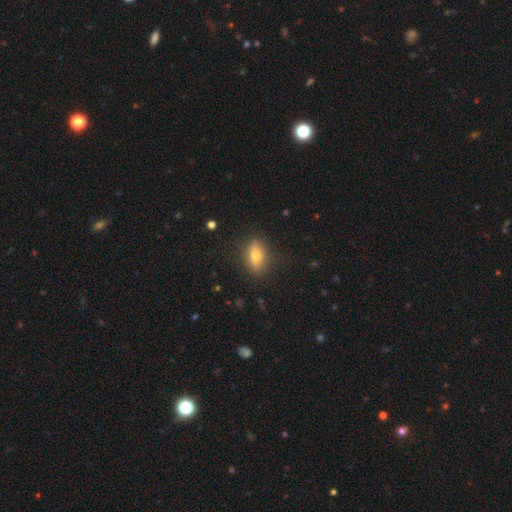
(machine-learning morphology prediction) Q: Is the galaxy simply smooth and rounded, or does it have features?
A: smooth — 61%.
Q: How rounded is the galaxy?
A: in between — 71%.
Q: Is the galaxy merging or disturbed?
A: none — 85%.